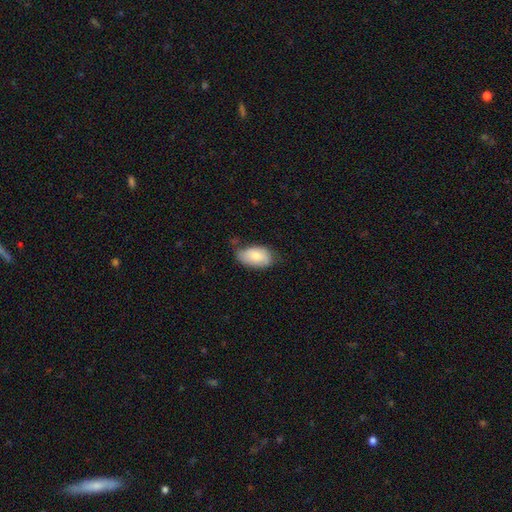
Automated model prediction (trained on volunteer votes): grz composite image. It shows a smooth galaxy with no disk features (79%) that is in between round and cigar-shaped (94%). Merging: none (56%).